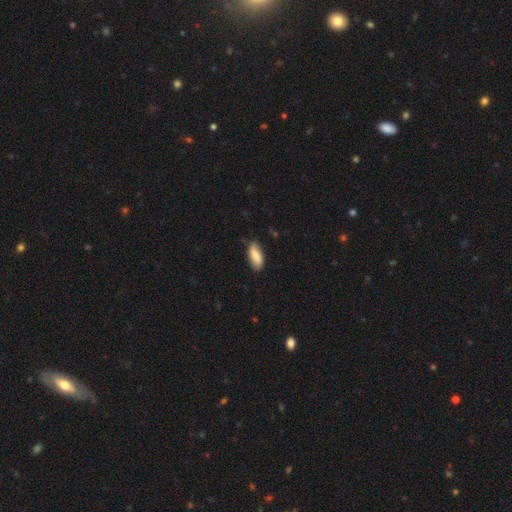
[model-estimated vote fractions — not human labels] Q: Smooth or featured?
A: smooth (81%); runner-up: featured or disk (13%)
Q: How rounded?
A: in between (86%); runner-up: cigar-shaped (12%)
Q: Merging?
A: none (82%); runner-up: minor disturbance (14%)